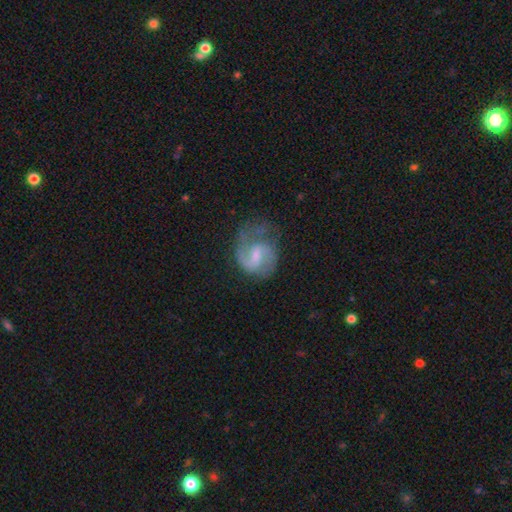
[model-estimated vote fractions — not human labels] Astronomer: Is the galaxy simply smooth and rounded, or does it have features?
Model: featured or disk — 78%.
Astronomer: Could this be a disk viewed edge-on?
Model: no — 98%.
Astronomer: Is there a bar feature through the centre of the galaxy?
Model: weak — 61%.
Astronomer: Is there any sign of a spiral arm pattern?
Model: yes — 93%.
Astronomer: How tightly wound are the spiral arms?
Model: medium — 51% (runner-up: loose, 30%).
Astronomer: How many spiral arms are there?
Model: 2 — 74%.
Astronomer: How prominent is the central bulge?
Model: small — 49% (runner-up: moderate, 36%).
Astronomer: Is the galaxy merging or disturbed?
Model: none — 50% (runner-up: minor disturbance, 25%).